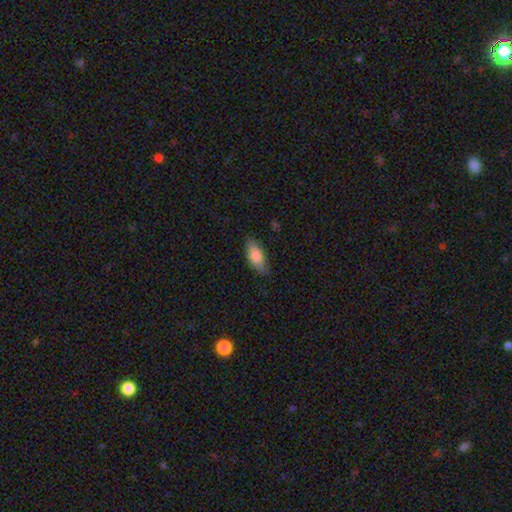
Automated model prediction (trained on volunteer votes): smooth_or_featured: smooth (p=0.83) [alt: featured or disk p=0.11]
how_rounded: in between (p=0.87) [alt: cigar-shaped p=0.11]
merging: none (p=0.77) [alt: minor disturbance p=0.19]